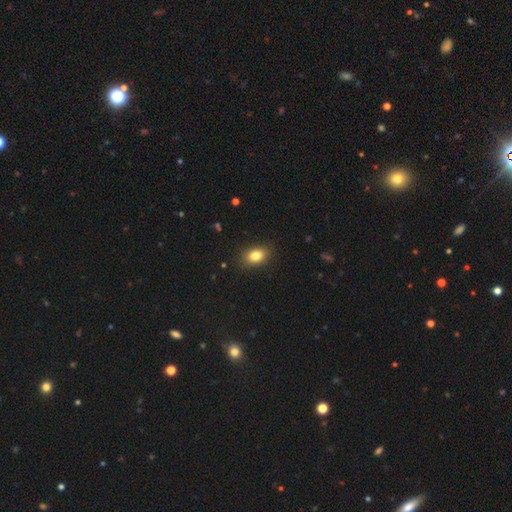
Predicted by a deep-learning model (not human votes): smooth 82%, star or artifact 10%, featured or disk 8%. Down the decision tree: how rounded — in between (75%); merging — none (86%).